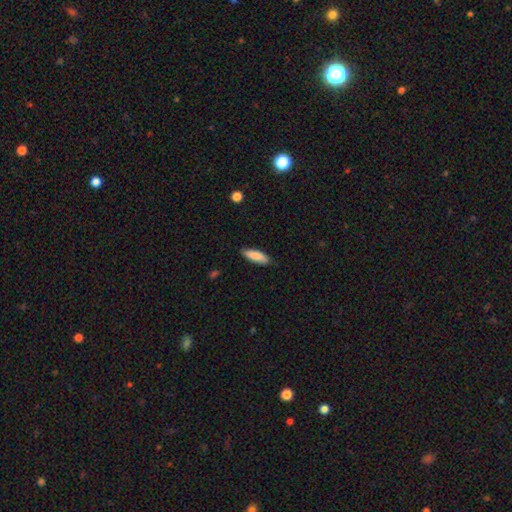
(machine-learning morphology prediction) This appears to be a smooth galaxy with no disk features (86%) that is in between round and cigar-shaped (53%). Merging: none (85%).